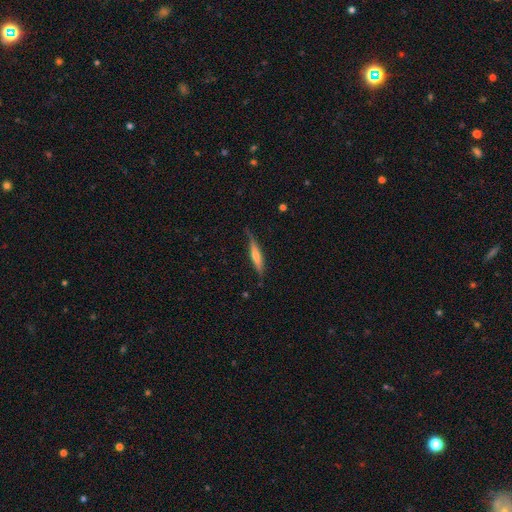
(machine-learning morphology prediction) Smooth or featured? featured or disk (51%)
Edge-on disk? yes (94%)
Merging? none (75%)